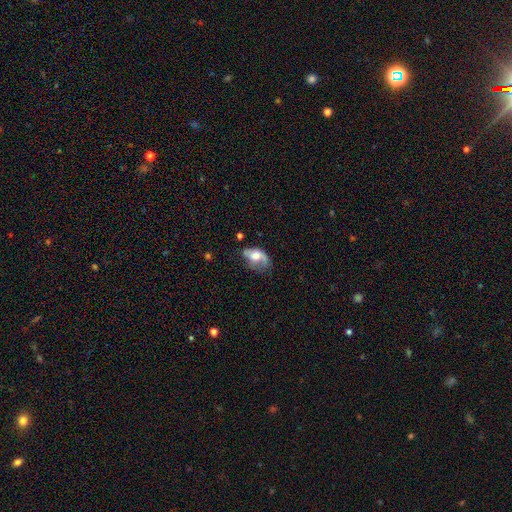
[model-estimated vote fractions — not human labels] smooth_or_featured: smooth (p=0.53) [alt: featured or disk p=0.39]
how_rounded: in between (p=0.84) [alt: round p=0.14]
merging: minor disturbance (p=0.34) [alt: major disturbance p=0.31]